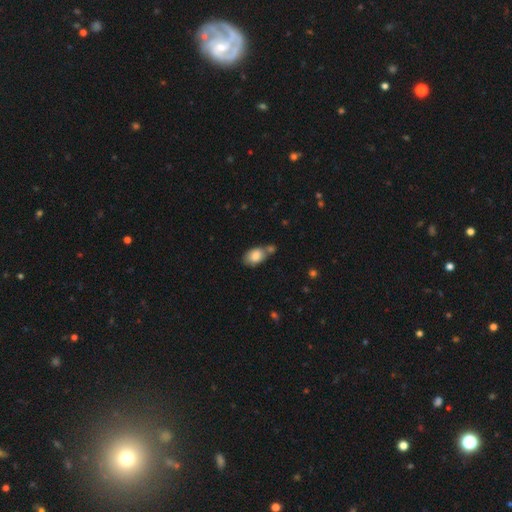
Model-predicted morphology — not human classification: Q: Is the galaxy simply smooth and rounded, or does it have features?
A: smooth — 82%.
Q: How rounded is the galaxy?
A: in between — 86%.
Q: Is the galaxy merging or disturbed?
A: none — 47%.